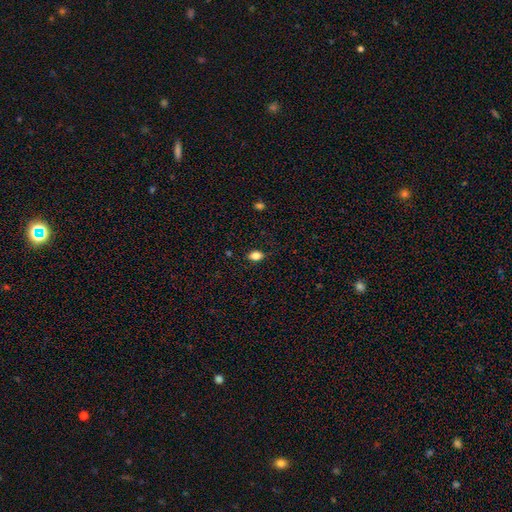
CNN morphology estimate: This appears to be a smooth galaxy with no disk features (83%) that is in between round and cigar-shaped (80%). Merging: none (86%).